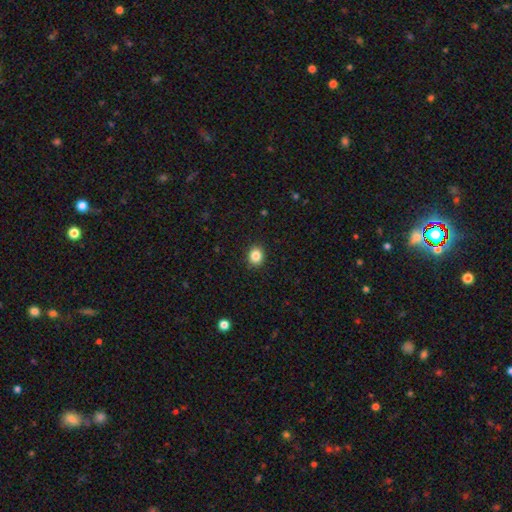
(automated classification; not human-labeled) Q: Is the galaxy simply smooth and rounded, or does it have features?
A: smooth — 85%.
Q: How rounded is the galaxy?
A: round — 68%.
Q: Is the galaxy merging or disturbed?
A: none — 91%.